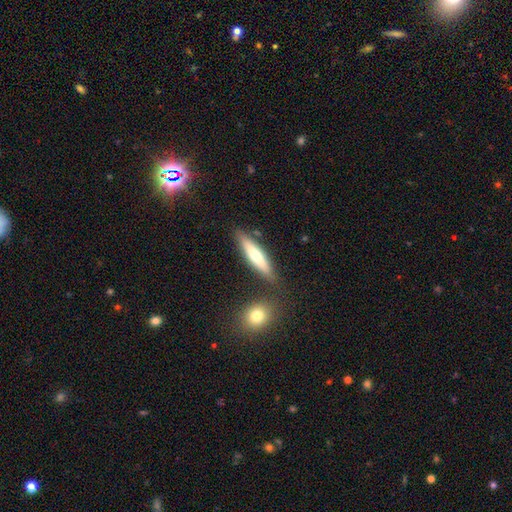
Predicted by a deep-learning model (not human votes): smooth_or_featured: smooth (p=0.59) [alt: featured or disk p=0.35]
how_rounded: cigar-shaped (p=0.80) [alt: in between p=0.18]
merging: none (p=0.79) [alt: minor disturbance p=0.11]